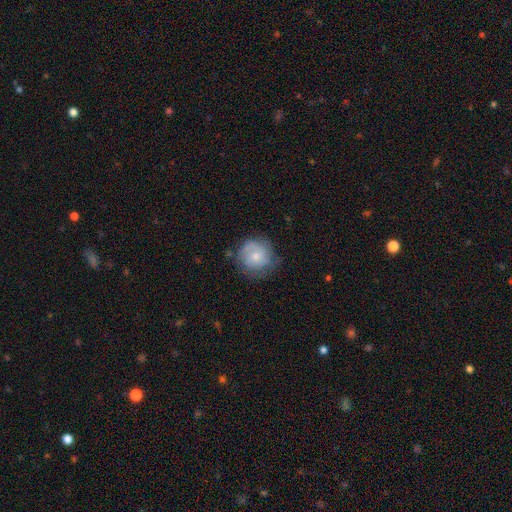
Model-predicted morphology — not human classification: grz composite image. It shows a smooth galaxy with no disk features (52%) that is round (90%). Merging: none (66%).